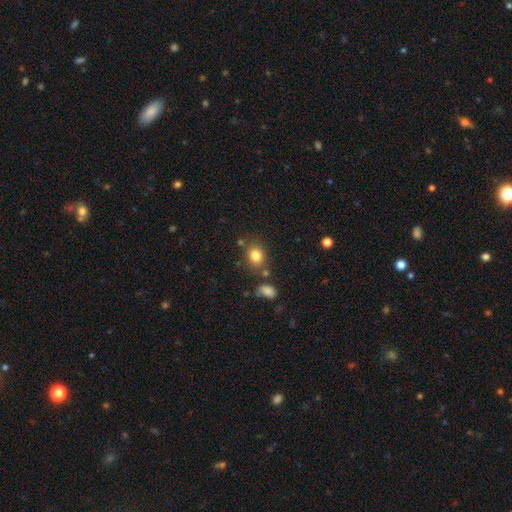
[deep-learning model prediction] smooth-or-featured: smooth: 81% | star or artifact: 11% | featured or disk: 8%
  how-rounded: round: 57% | in between: 42% | cigar-shaped: 1%
  merging: none: 74% | minor disturbance: 13% | merger: 9% | major disturbance: 4%